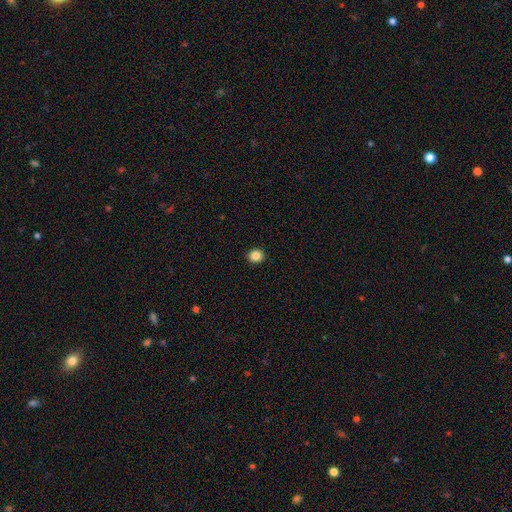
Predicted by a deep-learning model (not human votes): Smooth or featured?
  - smooth: 86% *
  - star or artifact: 11%
  - featured or disk: 4%
How rounded?
  - round: 85% *
  - in between: 14%
  - cigar-shaped: 1%
Merging?
  - none: 93% *
  - minor disturbance: 5%
  - major disturbance: 1%
  - merger: 1%